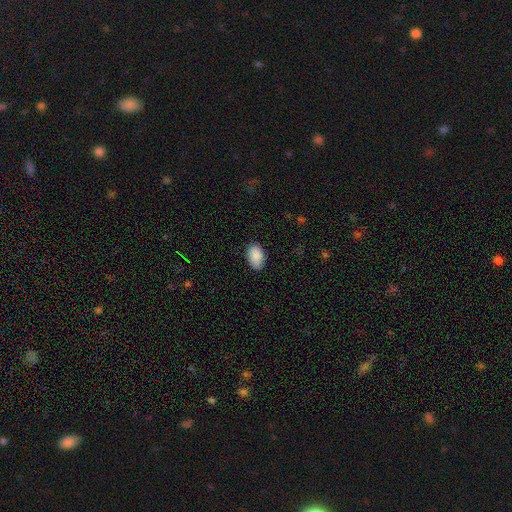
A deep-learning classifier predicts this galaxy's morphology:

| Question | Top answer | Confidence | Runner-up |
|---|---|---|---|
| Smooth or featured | smooth | 90% | star or artifact (7%) |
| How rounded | in between | 90% | round (9%) |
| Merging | none | 83% | minor disturbance (13%) |